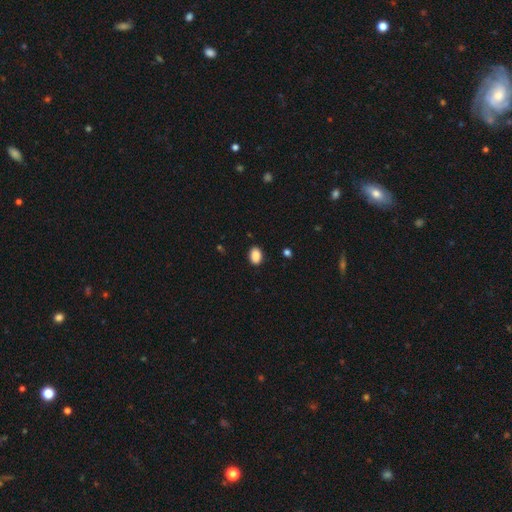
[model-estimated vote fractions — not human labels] smooth 88%, star or artifact 8%, featured or disk 3%. Down the decision tree: how rounded — in between (80%); merging — none (89%).